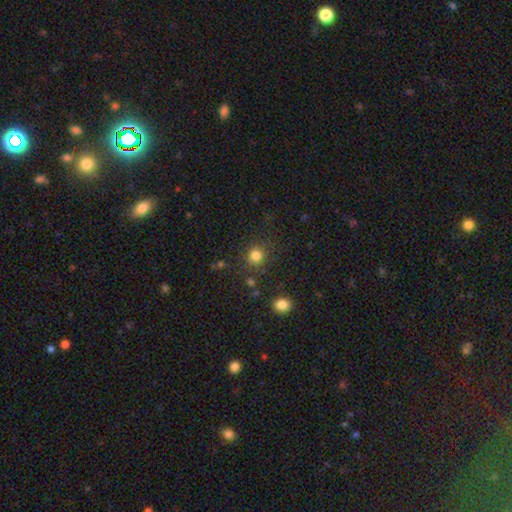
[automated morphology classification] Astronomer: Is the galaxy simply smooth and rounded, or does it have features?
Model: smooth — 81%.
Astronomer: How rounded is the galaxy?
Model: round — 89%.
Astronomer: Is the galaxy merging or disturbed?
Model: none — 84%.